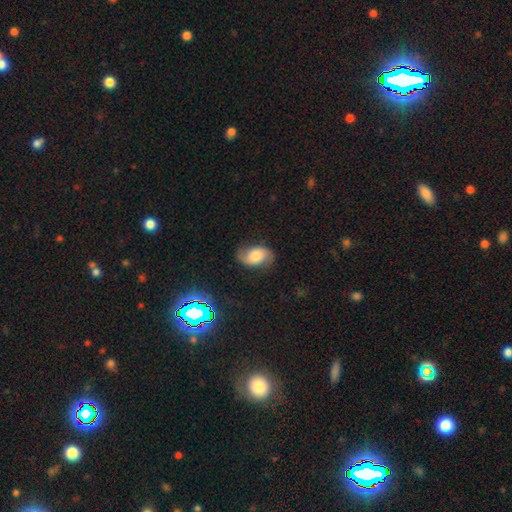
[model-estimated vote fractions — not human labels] A smooth galaxy with no disk features (49%). Merging: none (71%).